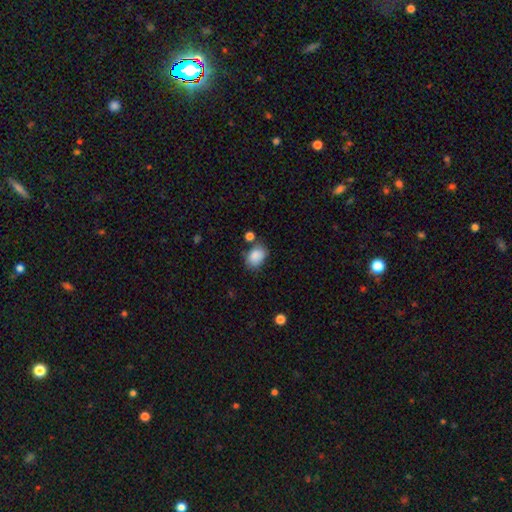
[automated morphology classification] A smooth galaxy with no disk features (87%) that is in between round and cigar-shaped (76%).

Vote fractions:
- Smooth or featured? smooth: 87% / star or artifact: 8% / featured or disk: 5%
- How rounded? in between: 76% / round: 23% / cigar-shaped: 1%
- Merging? none: 68% / minor disturbance: 18% / merger: 9% / major disturbance: 5%